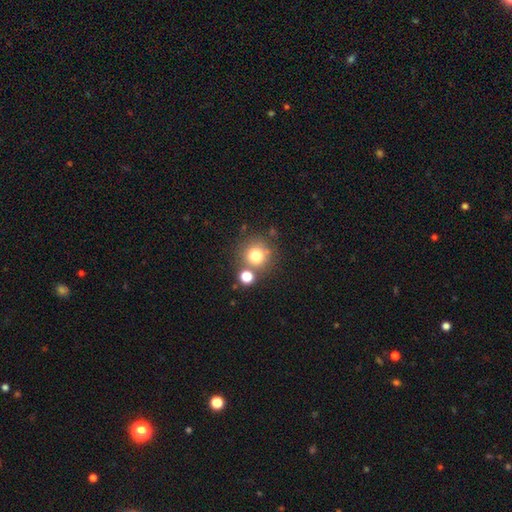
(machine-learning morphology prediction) smooth 76%, star or artifact 14%, featured or disk 11%. Down the decision tree: how rounded — round (92%); merging — none (67%).